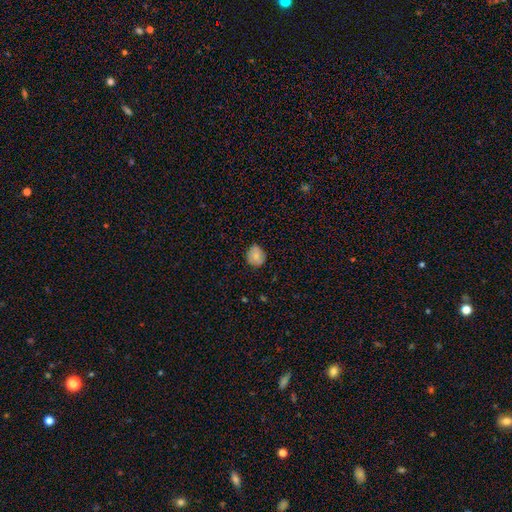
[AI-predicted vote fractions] Overall: smooth (81%). How rounded: round (74%). Merging: none (79%).